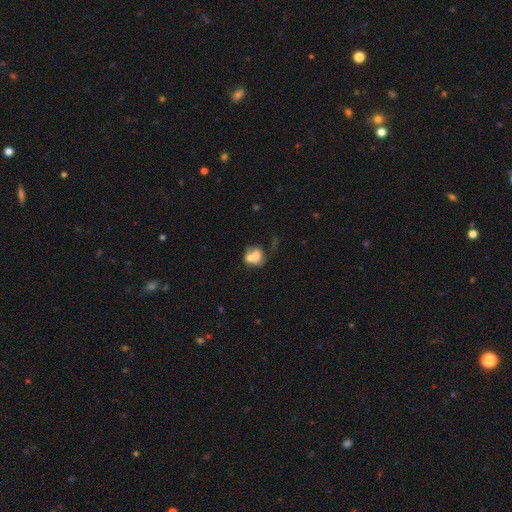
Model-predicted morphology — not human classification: Smooth or featured? smooth (62%)
How rounded? round (61%)
Merging? merger (64%)